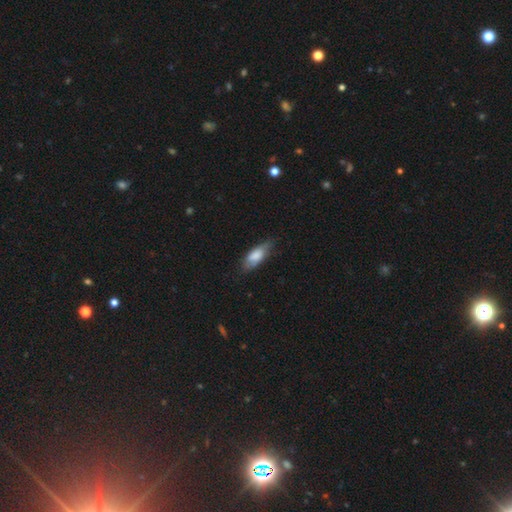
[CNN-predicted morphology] smooth-or-featured: smooth: 73% | featured or disk: 21% | star or artifact: 6%
  how-rounded: in between: 69% | cigar-shaped: 29% | round: 2%
  merging: none: 65% | minor disturbance: 28% | major disturbance: 6% | merger: 2%